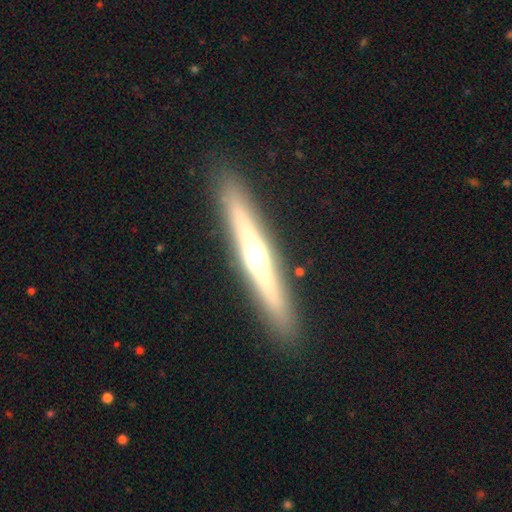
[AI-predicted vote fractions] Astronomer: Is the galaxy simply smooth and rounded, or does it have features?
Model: featured or disk — 62%.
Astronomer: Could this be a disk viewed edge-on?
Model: yes — 94%.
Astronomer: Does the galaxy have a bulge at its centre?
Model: rounded — 81%.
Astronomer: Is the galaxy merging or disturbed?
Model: none — 90%.